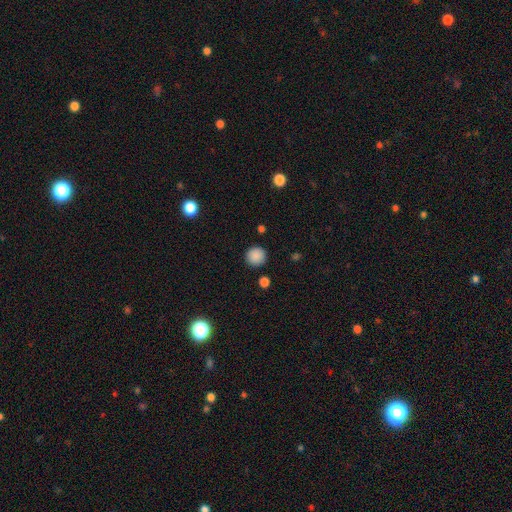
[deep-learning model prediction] smooth_or_featured: smooth (p=0.87) [alt: star or artifact p=0.09]
how_rounded: round (p=0.95) [alt: in between p=0.04]
merging: none (p=0.89) [alt: minor disturbance p=0.07]